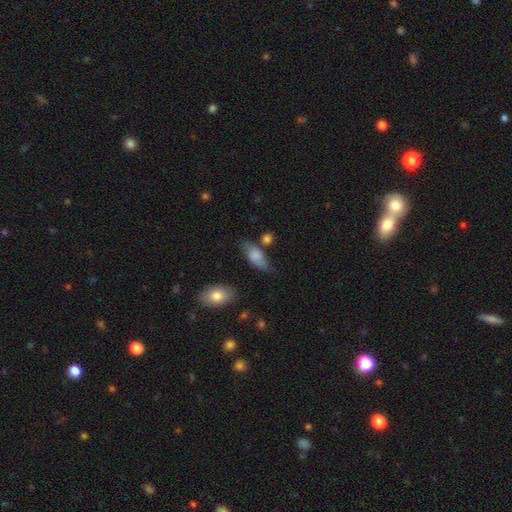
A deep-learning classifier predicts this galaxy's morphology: type=smooth (71%); roundness=in between (83%); merging=none (61%).